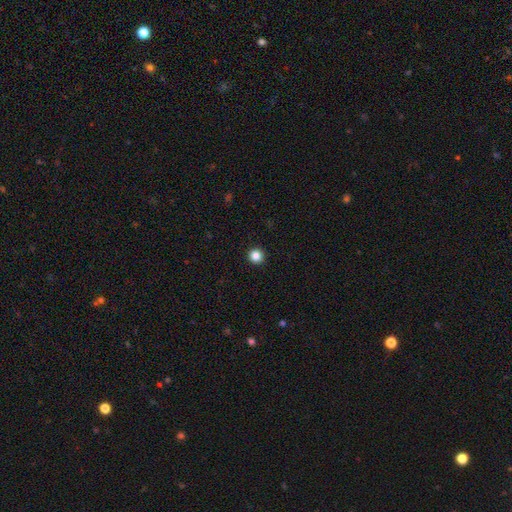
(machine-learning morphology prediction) A smooth galaxy with no disk features (85%) that is round (95%).

Vote fractions:
- Smooth or featured? smooth: 85% / star or artifact: 11% / featured or disk: 4%
- How rounded? round: 95% / in between: 4% / cigar-shaped: 1%
- Merging? none: 94% / minor disturbance: 4% / major disturbance: 1% / merger: 1%